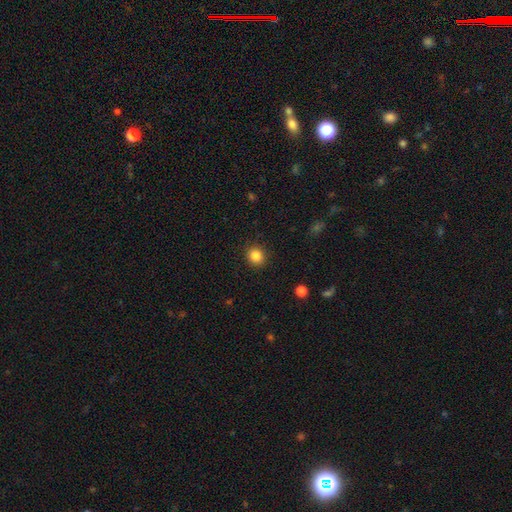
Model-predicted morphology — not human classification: Smooth or featured? smooth (86%)
How rounded? round (84%)
Merging? none (91%)